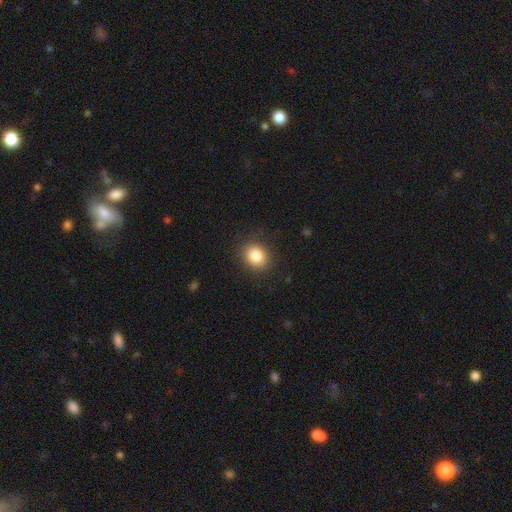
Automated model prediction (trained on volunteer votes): This is clearly a smooth galaxy (85%). How rounded: likely round (65%). Merging: clearly none (88%).